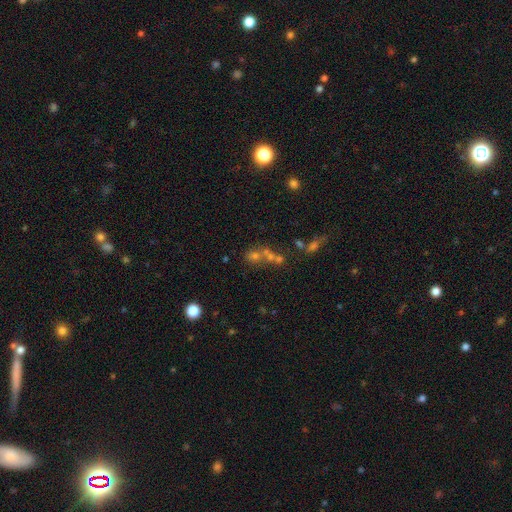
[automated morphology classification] smooth 47%, star or artifact 34%, featured or disk 20%. Down the decision tree: merging — merger (45%).